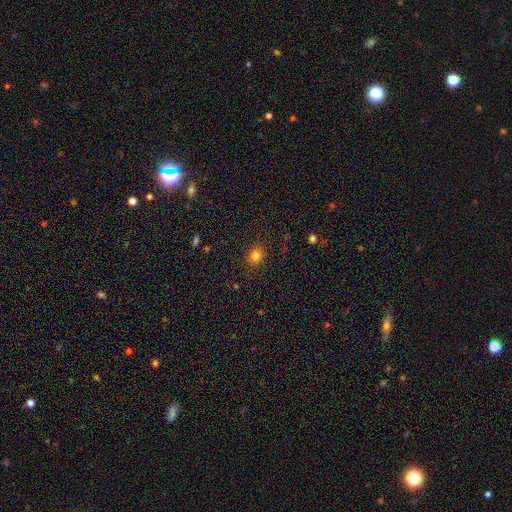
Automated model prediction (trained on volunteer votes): Smooth or featured? Predicted: smooth (p=0.80). How rounded? Predicted: round (p=0.75). Merging? Predicted: none (p=0.87).